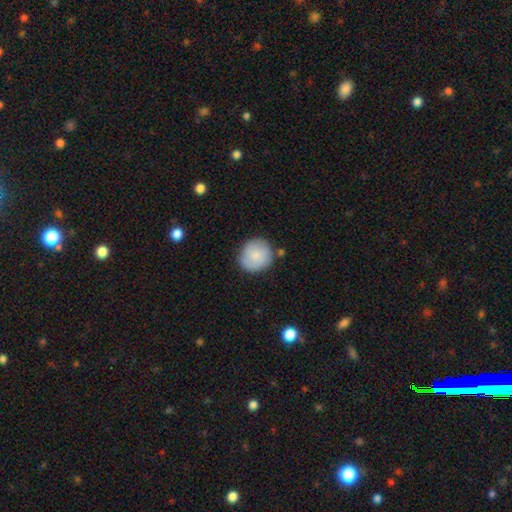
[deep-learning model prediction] The model was most divided on "smooth or featured": smooth: 75%, featured or disk: 19%, star or artifact: 6%. More confident: how rounded — round (89%); merging — none (75%).